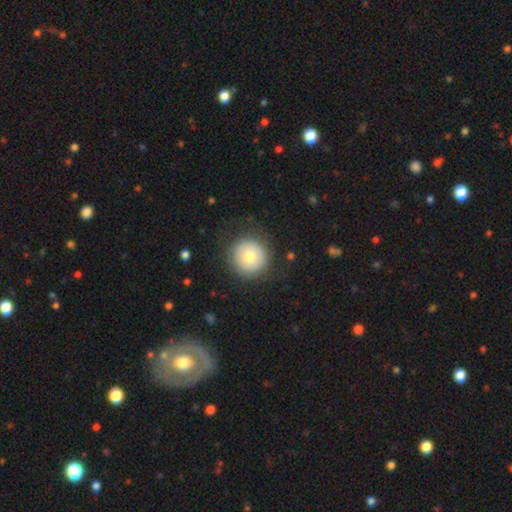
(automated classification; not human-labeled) A smooth galaxy with no disk features (73%) that is round (94%). Merging: none (84%).